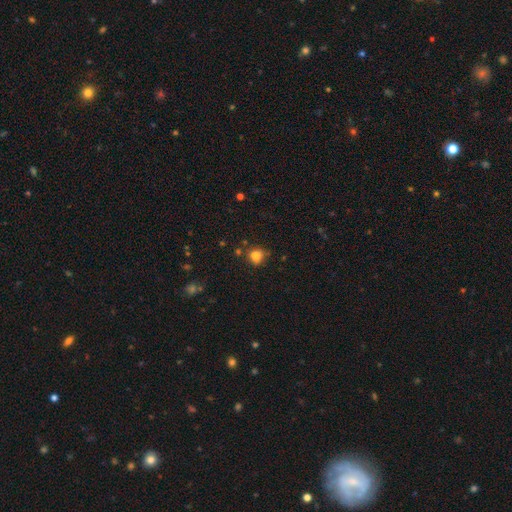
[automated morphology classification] Smooth or featured? Predicted: smooth (p=0.81). How rounded? Predicted: round (p=0.73). Merging? Predicted: none (p=0.67).